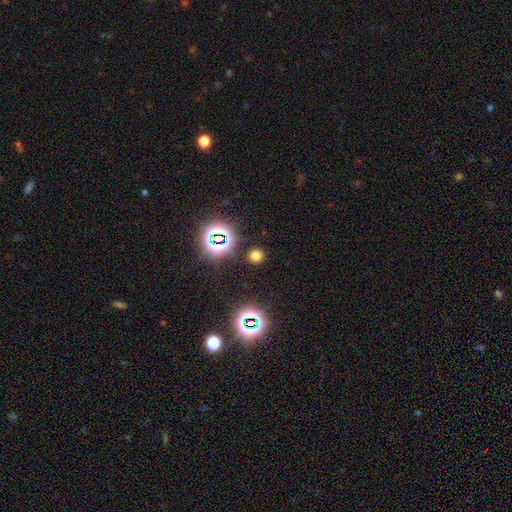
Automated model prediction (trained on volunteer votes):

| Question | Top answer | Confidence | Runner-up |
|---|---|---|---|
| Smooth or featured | smooth | 66% | star or artifact (28%) |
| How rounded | round | 90% | in between (9%) |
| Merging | none | 89% | minor disturbance (6%) |